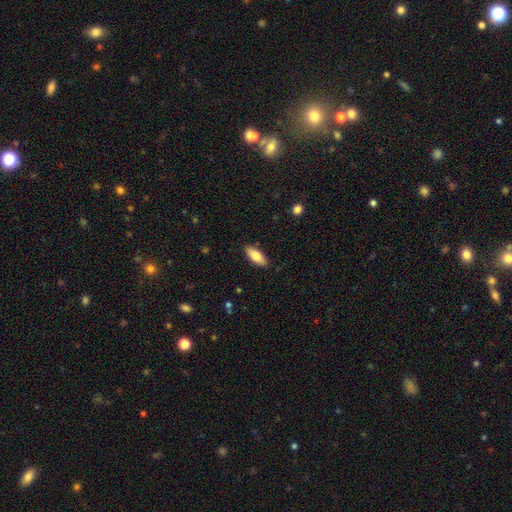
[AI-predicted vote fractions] Smooth or featured?
  - smooth: 75% *
  - featured or disk: 19%
  - star or artifact: 6%
How rounded?
  - in between: 76% *
  - cigar-shaped: 22%
  - round: 2%
Merging?
  - none: 88% *
  - minor disturbance: 9%
  - major disturbance: 2%
  - merger: 1%